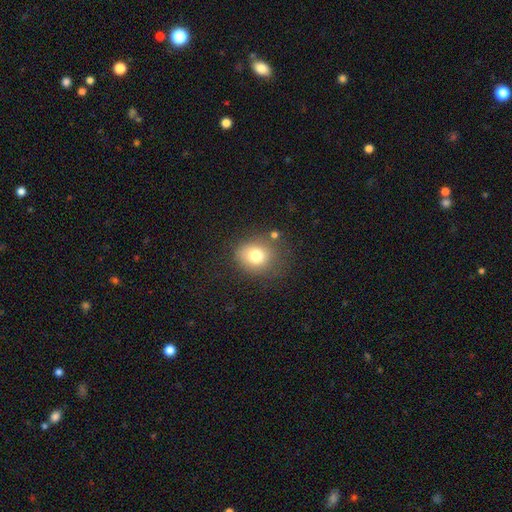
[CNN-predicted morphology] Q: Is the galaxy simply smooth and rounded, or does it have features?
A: smooth — 76%.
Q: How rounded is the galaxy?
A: round — 67%.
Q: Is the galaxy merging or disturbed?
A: none — 69%.